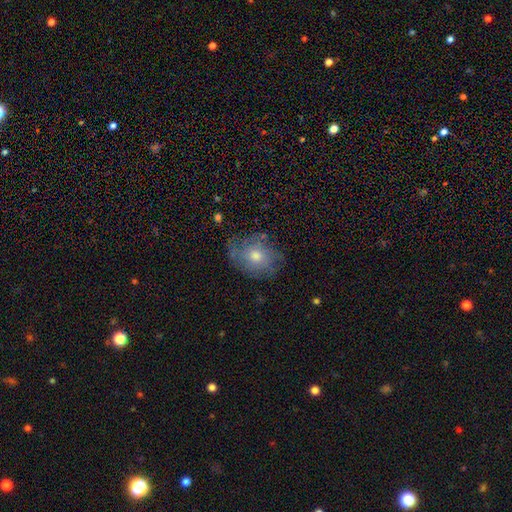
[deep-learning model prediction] A smooth galaxy with no disk features (51%) that is in between round and cigar-shaped (53%).

Vote fractions:
- Smooth or featured? smooth: 51% / featured or disk: 38% / star or artifact: 11%
- How rounded? in between: 53% / round: 46% / cigar-shaped: 1%
- Merging? none: 67% / minor disturbance: 23% / major disturbance: 9% / merger: 2%